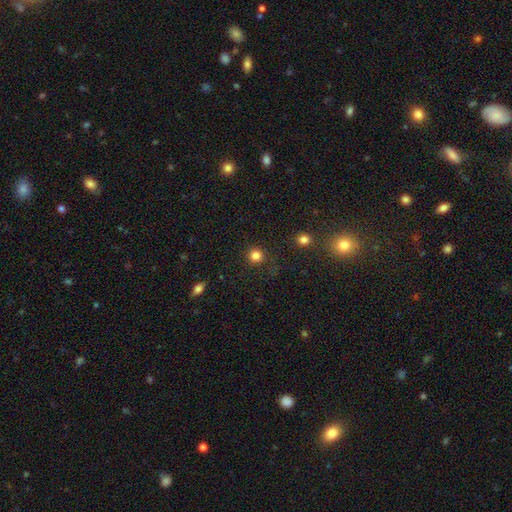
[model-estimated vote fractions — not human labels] A smooth galaxy with no disk features (82%) that is round (94%).

Vote fractions:
- Smooth or featured? smooth: 82% / star or artifact: 13% / featured or disk: 4%
- How rounded? round: 94% / in between: 5% / cigar-shaped: 1%
- Merging? none: 88% / minor disturbance: 7% / major disturbance: 3% / merger: 2%